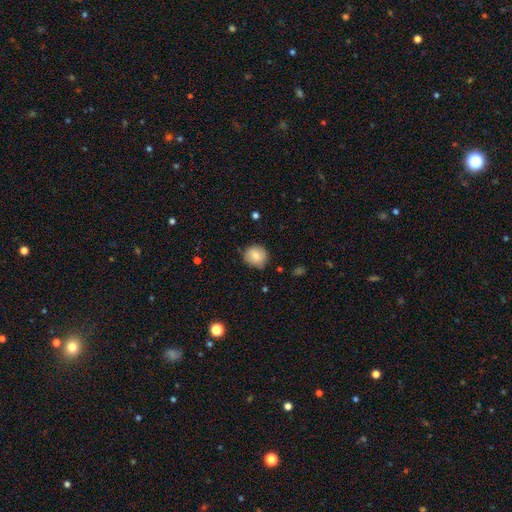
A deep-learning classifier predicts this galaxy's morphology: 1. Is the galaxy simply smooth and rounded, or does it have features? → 79% smooth, 13% featured or disk, 8% star or artifact.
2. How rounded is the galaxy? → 87% round, 13% in between, 1% cigar-shaped.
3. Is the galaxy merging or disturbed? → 77% none, 18% minor disturbance, 3% major disturbance, 1% merger.